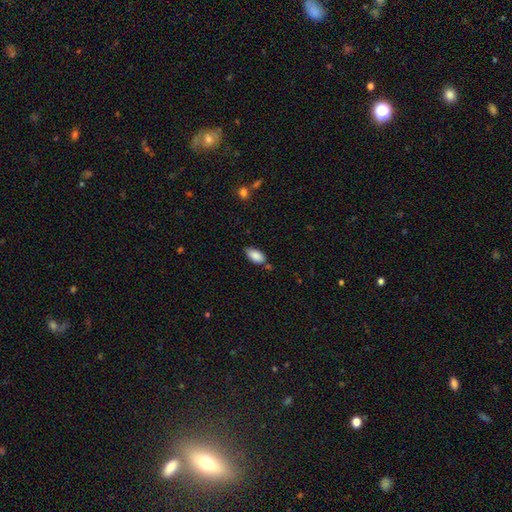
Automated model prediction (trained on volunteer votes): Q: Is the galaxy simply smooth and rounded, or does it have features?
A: smooth — 88%.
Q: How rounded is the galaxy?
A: in between — 92%.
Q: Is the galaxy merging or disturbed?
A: none — 74%.